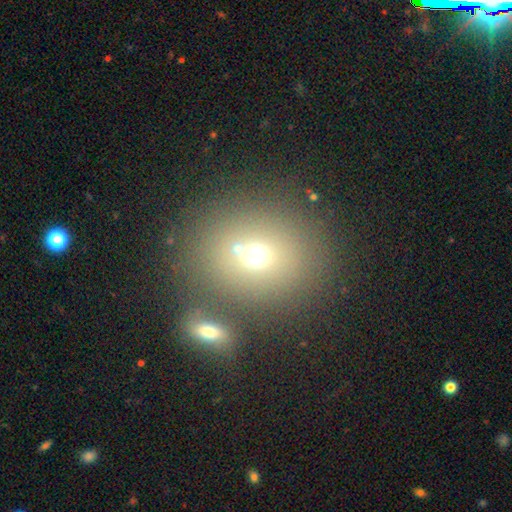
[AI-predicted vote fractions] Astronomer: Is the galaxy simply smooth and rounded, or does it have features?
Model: smooth — 67%.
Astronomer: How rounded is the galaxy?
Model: round — 71%.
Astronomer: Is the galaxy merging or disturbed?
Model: none — 57%.